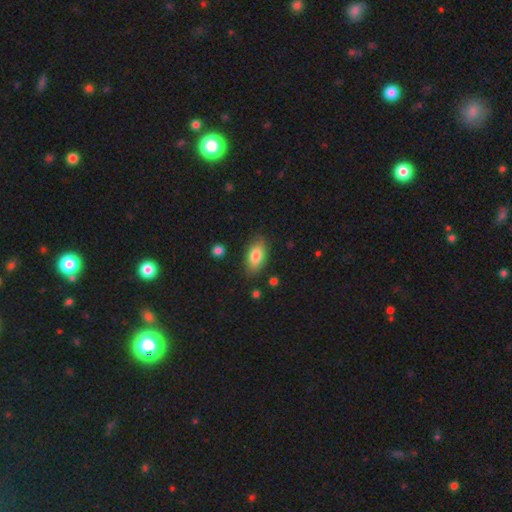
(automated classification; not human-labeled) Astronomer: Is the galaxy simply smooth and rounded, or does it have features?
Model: smooth — 82%.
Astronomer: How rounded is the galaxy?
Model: in between — 90%.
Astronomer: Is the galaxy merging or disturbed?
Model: none — 83%.